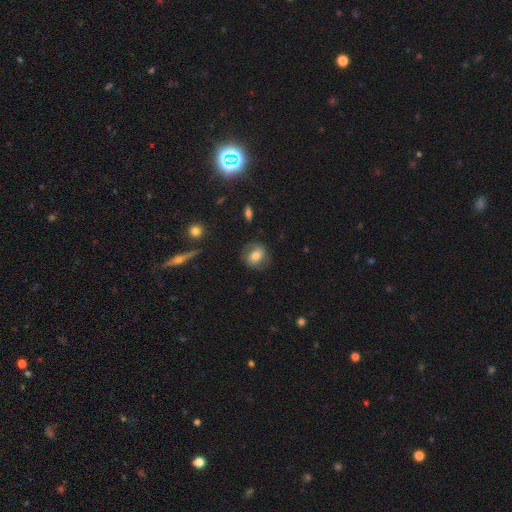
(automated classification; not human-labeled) smooth_or_featured: smooth (p=0.62) [alt: featured or disk p=0.28]
how_rounded: round (p=0.59) [alt: in between p=0.40]
merging: none (p=0.76) [alt: minor disturbance p=0.16]